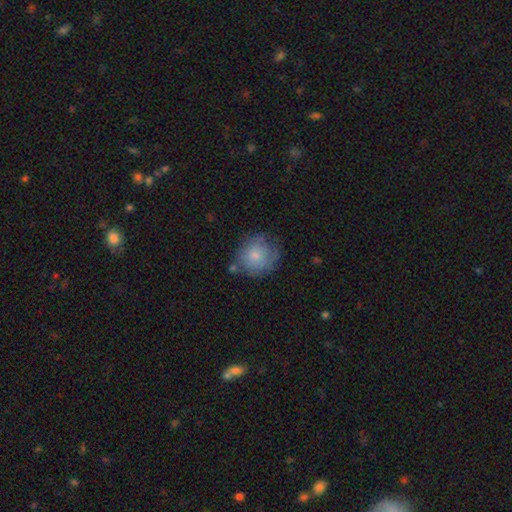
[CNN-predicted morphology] Smooth or featured? smooth (72%)
How rounded? round (84%)
Merging? none (62%)